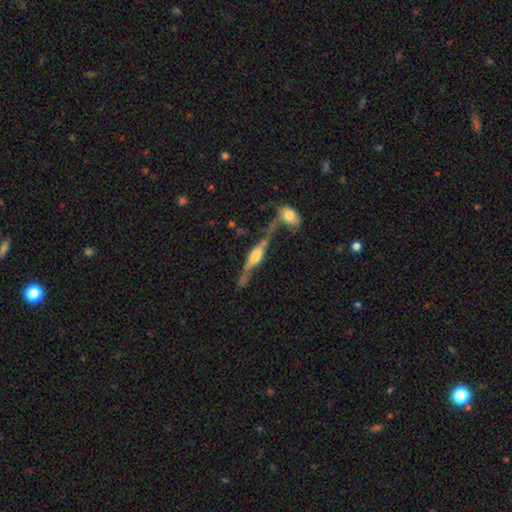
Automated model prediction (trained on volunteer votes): Overall: featured or disk (75%). Edge-on disk: yes (87%). Edge-on bulge: rounded (78%). Merging: none (41%; merger 36%).